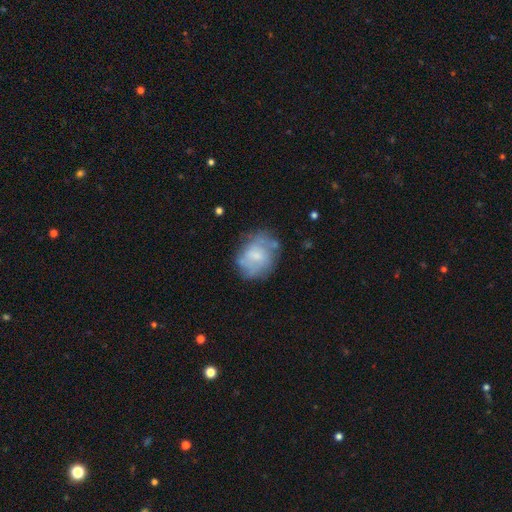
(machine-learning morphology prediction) Smooth or featured?
  - featured or disk: 48% *
  - smooth: 44%
  - star or artifact: 9%
Merging?
  - none: 59% *
  - minor disturbance: 24%
  - major disturbance: 13%
  - merger: 4%